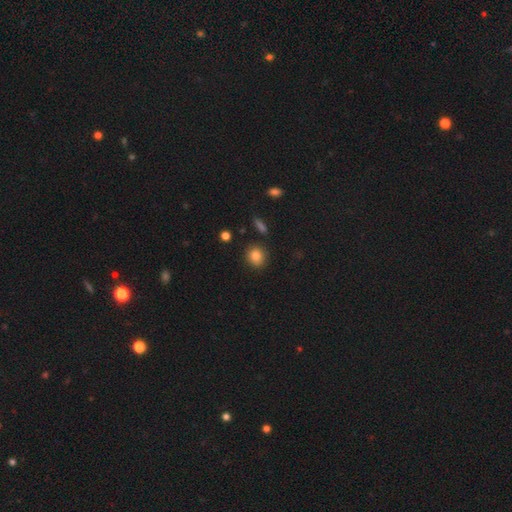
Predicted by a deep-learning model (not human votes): The model was most divided on "how rounded": round: 77%, in between: 21%, cigar-shaped: 1%. More confident: merging — none (87%); smooth or featured — smooth (85%).